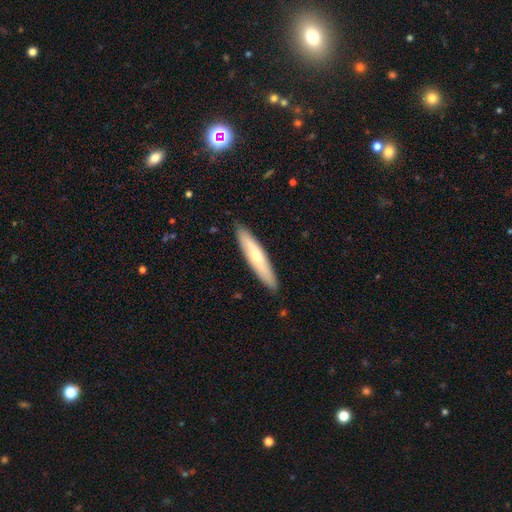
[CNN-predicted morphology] smooth-or-featured: smooth: 52% | featured or disk: 42% | star or artifact: 5%
  how-rounded: cigar-shaped: 85% | in between: 13% | round: 1%
  merging: none: 89% | minor disturbance: 8% | major disturbance: 2% | merger: 1%